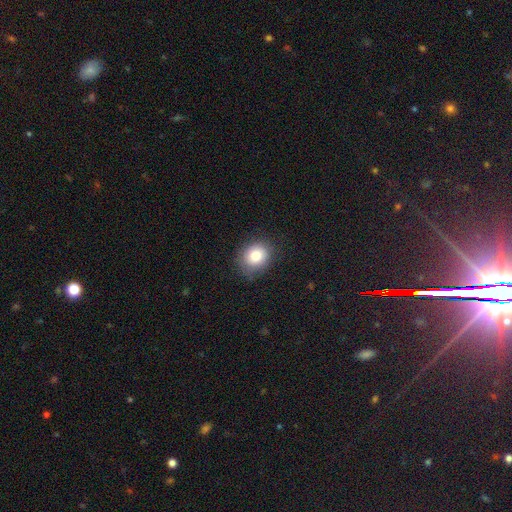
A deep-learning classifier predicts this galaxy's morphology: smooth-or-featured: smooth: 81% | star or artifact: 10% | featured or disk: 9%
  how-rounded: round: 64% | in between: 35% | cigar-shaped: 1%
  merging: none: 79% | minor disturbance: 16% | major disturbance: 4% | merger: 1%